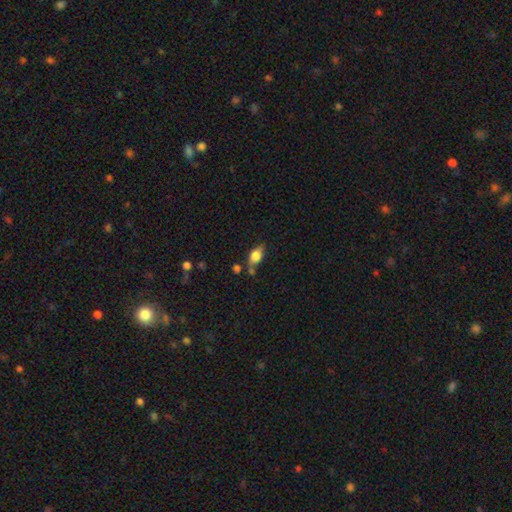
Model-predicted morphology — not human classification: smooth-or-featured: smooth: 77% | featured or disk: 14% | star or artifact: 8%
  how-rounded: in between: 83% | round: 11% | cigar-shaped: 6%
  merging: none: 57% | minor disturbance: 23% | merger: 13% | major disturbance: 7%